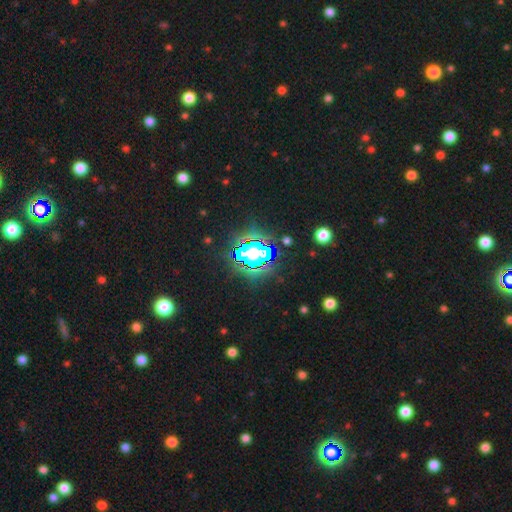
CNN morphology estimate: This appears to be a star or artifact, not a galaxy (66%).